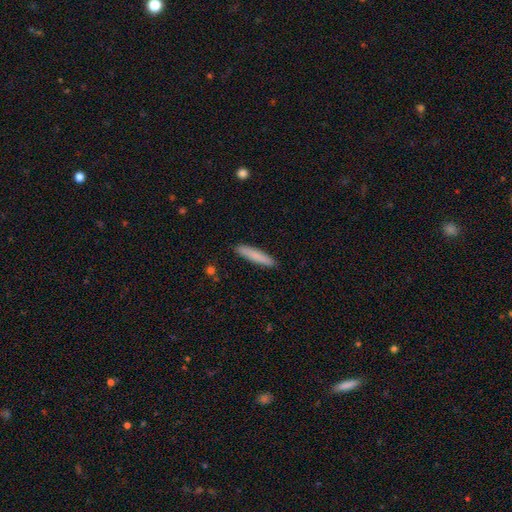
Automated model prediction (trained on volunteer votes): A smooth galaxy with no disk features (83%) that is cigar-shaped (90%).

Vote fractions:
- Smooth or featured? smooth: 83% / featured or disk: 12% / star or artifact: 6%
- How rounded? cigar-shaped: 90% / in between: 9% / round: 1%
- Merging? none: 91% / minor disturbance: 7% / major disturbance: 1% / merger: 1%